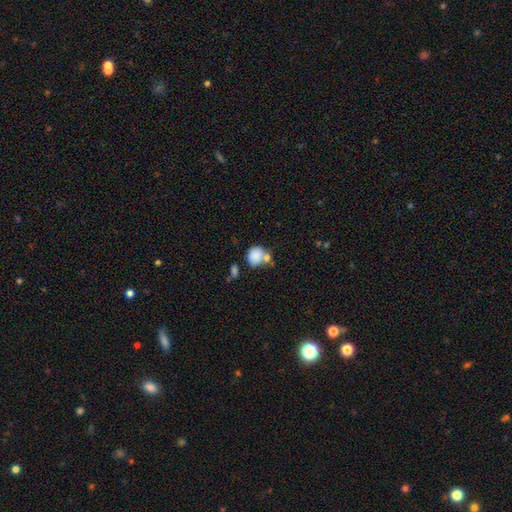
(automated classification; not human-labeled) Overall: smooth (83%). How rounded: round (76%). Merging: none (42%; merger 36%).